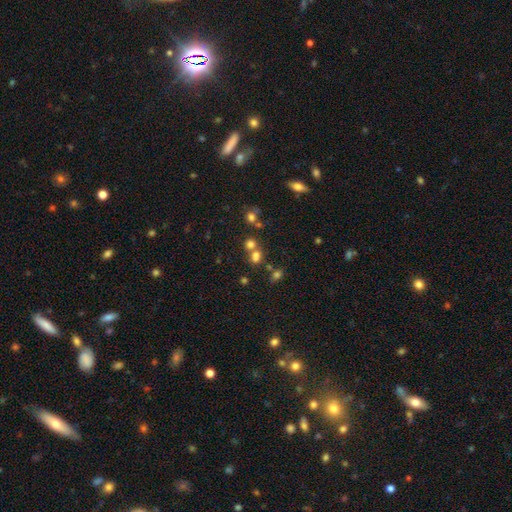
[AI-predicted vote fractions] A smooth galaxy with no disk features (67%) that is round (64%).

Vote fractions:
- Smooth or featured? smooth: 67% / star or artifact: 22% / featured or disk: 11%
- How rounded? round: 64% / in between: 35% / cigar-shaped: 2%
- Merging? none: 49% / merger: 38% / minor disturbance: 9% / major disturbance: 4%